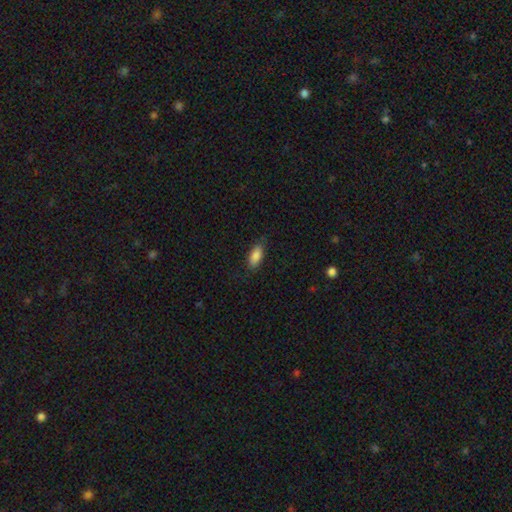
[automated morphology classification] A smooth galaxy with no disk features (86%) that is in between round and cigar-shaped (85%). Merging: none (80%).